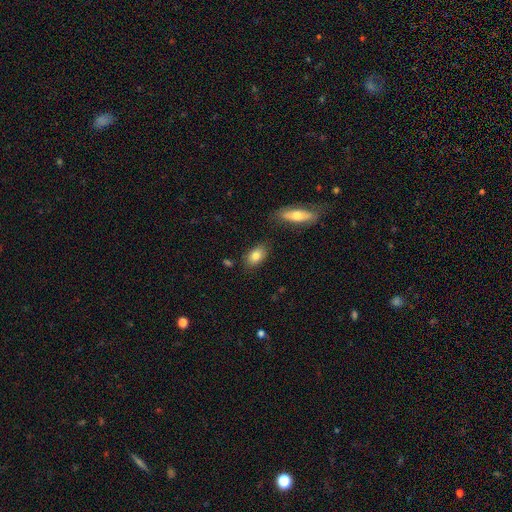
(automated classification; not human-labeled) A smooth galaxy with no disk features (81%) that is in between round and cigar-shaped (89%). Merging: none (81%).